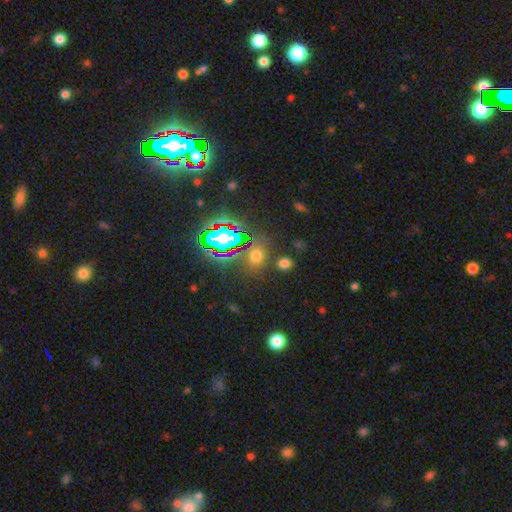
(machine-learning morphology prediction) Overall: smooth (51%; star or artifact 41%). How rounded: round (62%; in between 36%). Merging: none (78%).